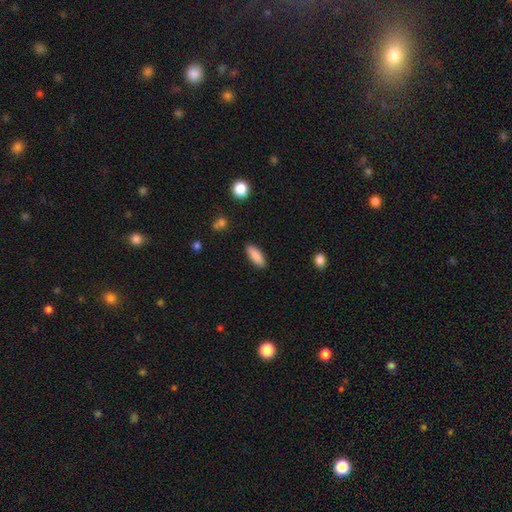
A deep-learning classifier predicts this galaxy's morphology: Overall: smooth (88%). How rounded: in between (65%; cigar-shaped 33%). Merging: none (89%).